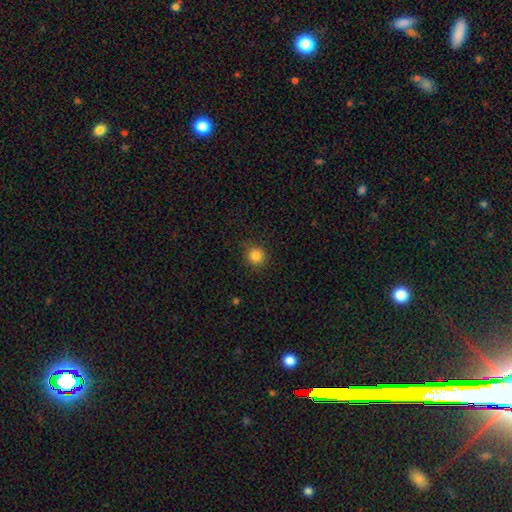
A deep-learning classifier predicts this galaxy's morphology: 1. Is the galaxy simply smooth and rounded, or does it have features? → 85% smooth, 11% star or artifact, 4% featured or disk.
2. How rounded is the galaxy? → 91% round, 8% in between, 1% cigar-shaped.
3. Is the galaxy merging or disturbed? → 89% none, 8% minor disturbance, 3% major disturbance, 1% merger.